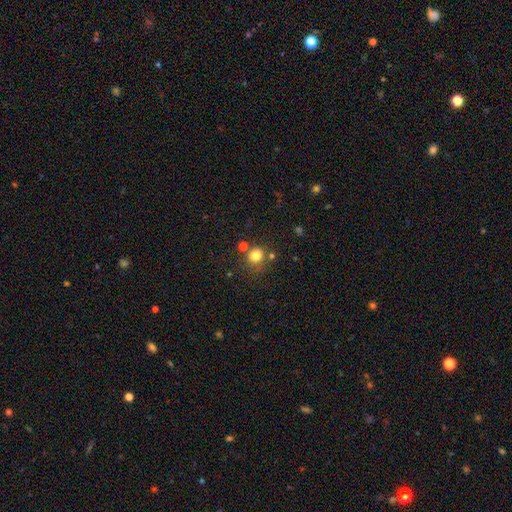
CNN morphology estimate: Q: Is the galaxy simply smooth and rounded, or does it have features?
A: smooth — 79%.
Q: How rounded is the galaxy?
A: round — 87%.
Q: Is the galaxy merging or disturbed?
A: none — 71%.